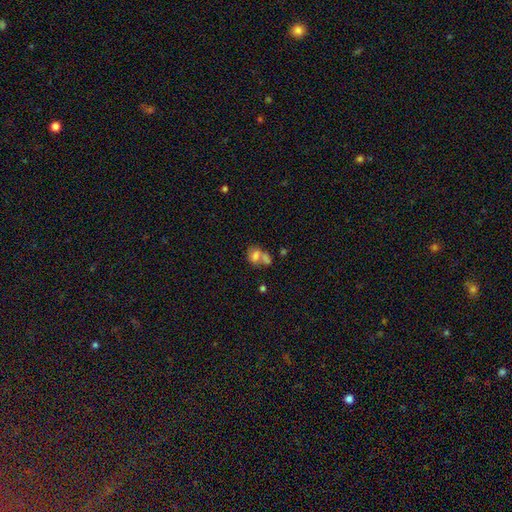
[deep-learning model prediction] Q: Smooth or featured?
A: smooth (69%); runner-up: featured or disk (19%)
Q: How rounded?
A: in between (70%); runner-up: round (28%)
Q: Merging?
A: merger (57%); runner-up: none (24%)